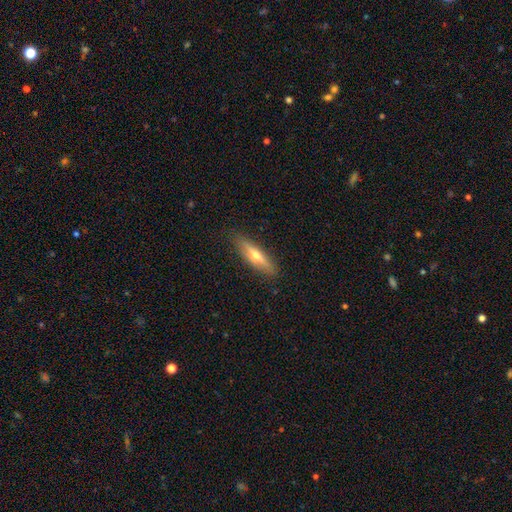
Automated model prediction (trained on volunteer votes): Smooth or featured?
  - featured or disk: 55% *
  - smooth: 39%
  - star or artifact: 7%
Edge-on disk?
  - yes: 91% *
  - no: 9%
Merging?
  - none: 86% *
  - minor disturbance: 10%
  - major disturbance: 2%
  - merger: 1%